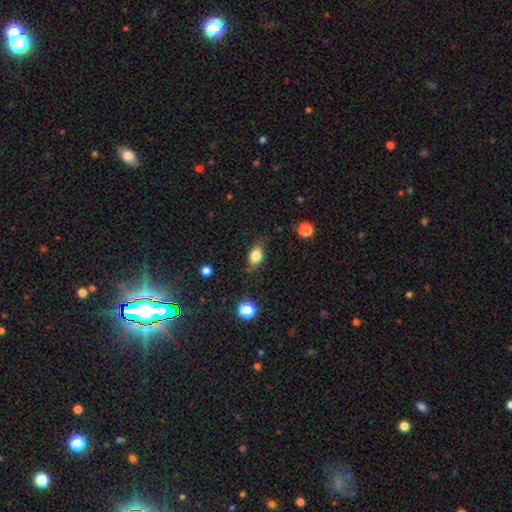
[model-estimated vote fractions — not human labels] Smooth or featured: smooth — 75% (featured or disk — 15%)
How rounded: in between — 76% (round — 18%)
Merging: none — 74% (minor disturbance — 19%)